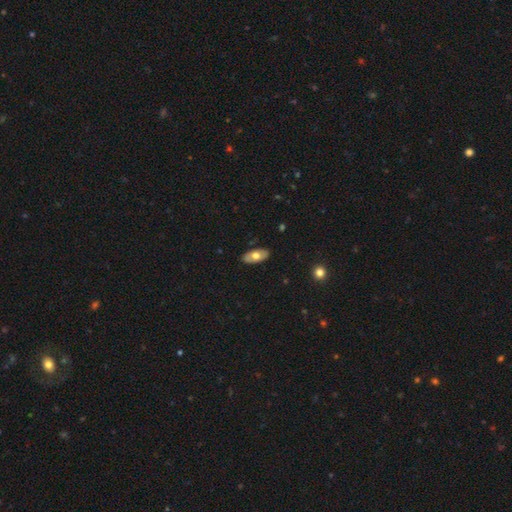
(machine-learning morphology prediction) The model was most divided on "smooth or featured": smooth: 61%, featured or disk: 33%, star or artifact: 6%. More confident: how rounded — in between (92%); merging — none (87%).